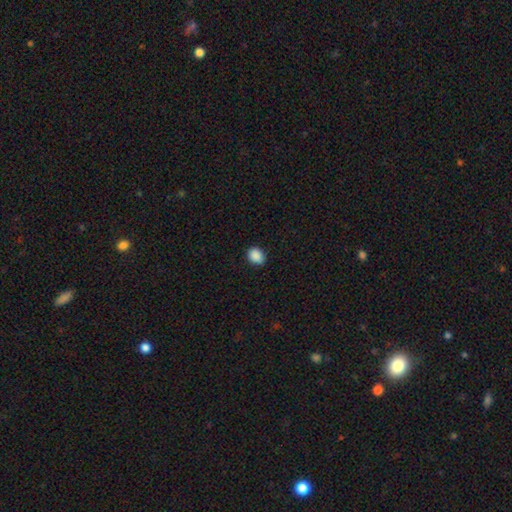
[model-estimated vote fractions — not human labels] A smooth galaxy with no disk features (89%) that is in between round and cigar-shaped (52%).

Vote fractions:
- Smooth or featured? smooth: 89% / star or artifact: 8% / featured or disk: 3%
- How rounded? in between: 52% / round: 47% / cigar-shaped: 1%
- Merging? none: 84% / minor disturbance: 13% / major disturbance: 2% / merger: 1%